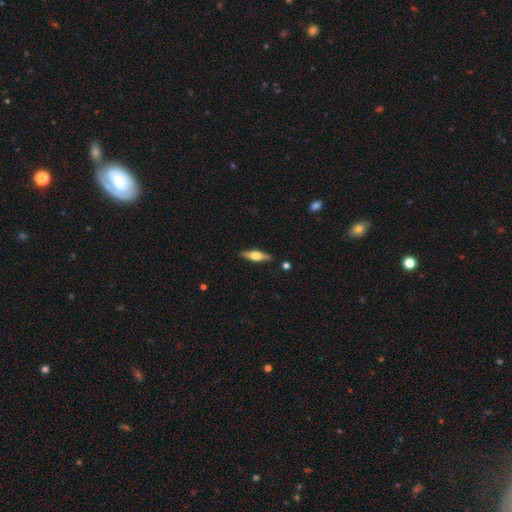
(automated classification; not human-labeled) Smooth or featured? Predicted: featured or disk (p=0.51). Edge-on disk? Predicted: yes (p=0.93). Merging? Predicted: none (p=0.87).